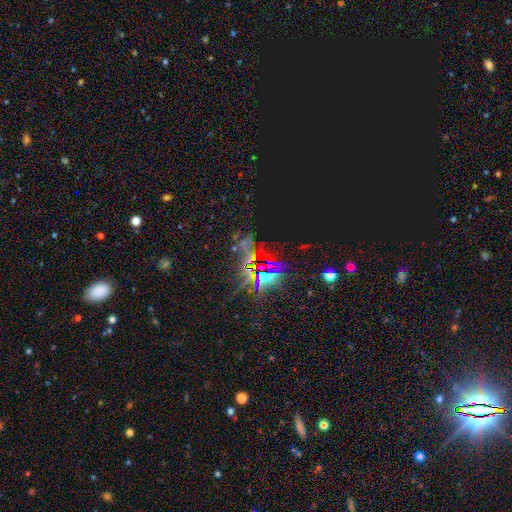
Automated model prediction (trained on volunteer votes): Smooth or featured? Predicted: star or artifact (p=0.83).